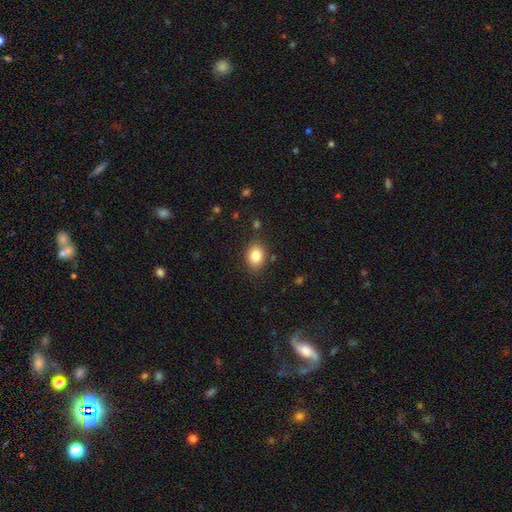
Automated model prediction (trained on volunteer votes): Smooth or featured? Predicted: smooth (p=0.84). How rounded? Predicted: in between (p=0.66). Merging? Predicted: none (p=0.85).